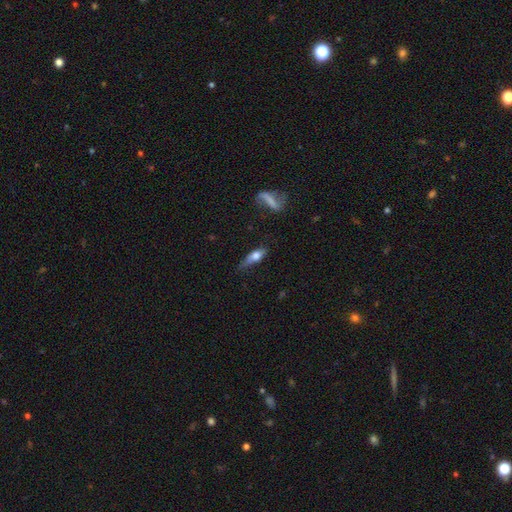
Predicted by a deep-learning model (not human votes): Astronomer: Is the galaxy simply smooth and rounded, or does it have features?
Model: smooth — 56% (runner-up: featured or disk, 36%).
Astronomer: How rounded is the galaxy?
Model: in between — 52% (runner-up: cigar-shaped, 43%).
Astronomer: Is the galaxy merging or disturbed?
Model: none — 42% (runner-up: minor disturbance, 35%).